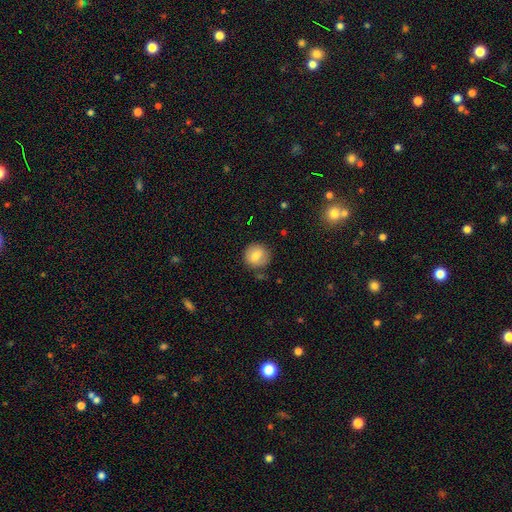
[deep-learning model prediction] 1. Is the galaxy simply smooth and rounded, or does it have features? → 78% smooth, 14% featured or disk, 8% star or artifact.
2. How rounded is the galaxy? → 89% round, 10% in between, 1% cigar-shaped.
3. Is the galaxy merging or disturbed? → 81% none, 13% minor disturbance, 3% major disturbance, 3% merger.